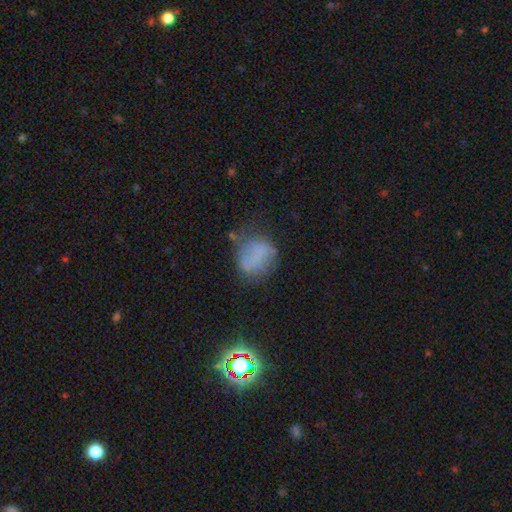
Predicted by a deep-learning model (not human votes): A smooth galaxy with no disk features (61%) that is round (58%).

Vote fractions:
- Smooth or featured? smooth: 61% / featured or disk: 23% / star or artifact: 16%
- How rounded? round: 58% / in between: 40% / cigar-shaped: 2%
- Merging? none: 54% / minor disturbance: 27% / major disturbance: 14% / merger: 4%